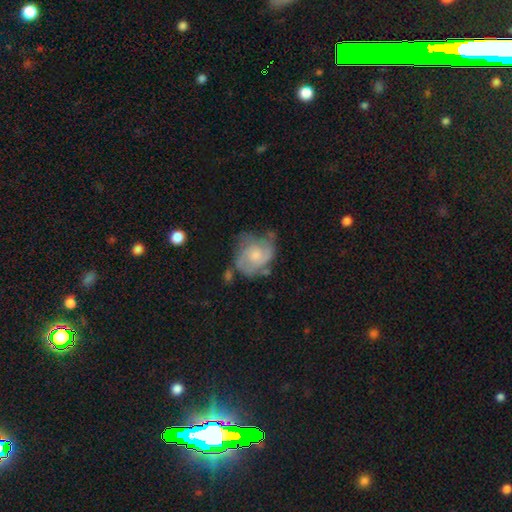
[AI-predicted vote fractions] smooth_or_featured: featured or disk (p=0.70) [alt: smooth p=0.24]
disk_edge_on: no (p=0.98) [alt: yes p=0.02]
bar: no (p=0.73) [alt: weak p=0.24]
has_spiral_arms: yes (p=0.87) [alt: no p=0.13]
spiral_winding: tight (p=0.44) [alt: medium p=0.41]
spiral_arm_count: 2 (p=0.41) [alt: can't tell p=0.26]
bulge_size: moderate (p=0.44) [tied with: small p=0.44]
merging: none (p=0.49) [alt: minor disturbance p=0.29]